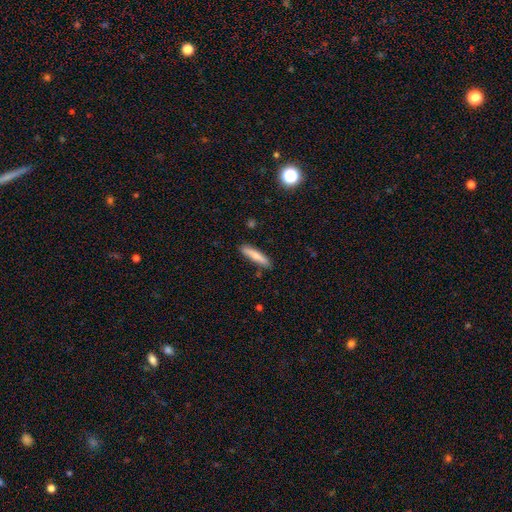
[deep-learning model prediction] Smooth or featured? Predicted: smooth (p=0.78). How rounded? Predicted: cigar-shaped (p=0.86). Merging? Predicted: none (p=0.86).